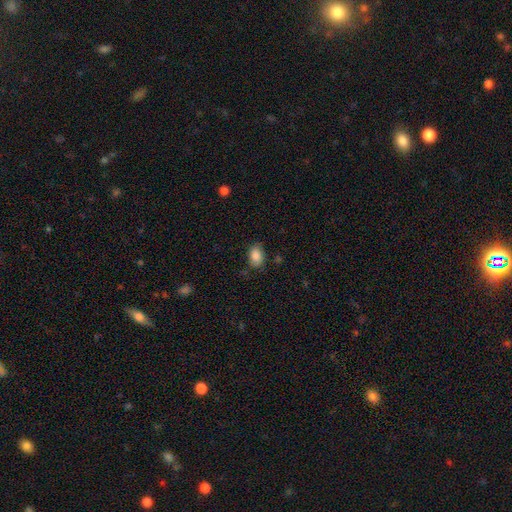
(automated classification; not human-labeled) Q: Smooth or featured?
A: smooth (86%); runner-up: star or artifact (8%)
Q: How rounded?
A: in between (83%); runner-up: round (15%)
Q: Merging?
A: none (77%); runner-up: minor disturbance (17%)